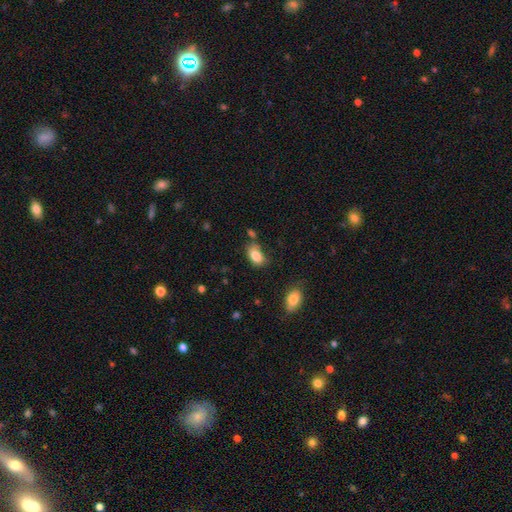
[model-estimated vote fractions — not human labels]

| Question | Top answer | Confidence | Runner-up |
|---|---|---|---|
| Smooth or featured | smooth | 84% | star or artifact (9%) |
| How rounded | in between | 88% | round (10%) |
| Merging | none | 57% | minor disturbance (26%) |